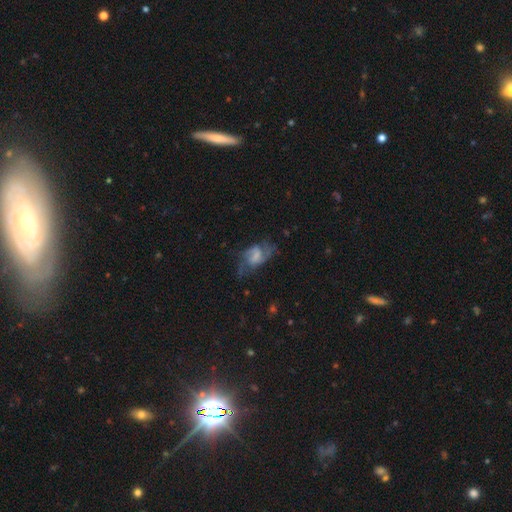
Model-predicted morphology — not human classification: Smooth or featured? featured or disk (67%)
Edge-on disk? no (97%)
Bar? weak (49%)
Spiral arms? yes (84%)
Spiral winding? medium (46%)
Spiral arm count? 2 (65%)
Bulge size? small (38%)
Merging? none (46%)